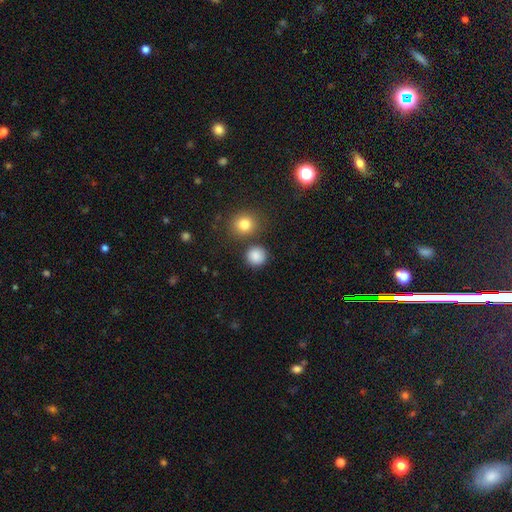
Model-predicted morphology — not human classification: This is clearly a smooth galaxy (86%). How rounded: clearly round (91%). Merging: clearly none (81%).